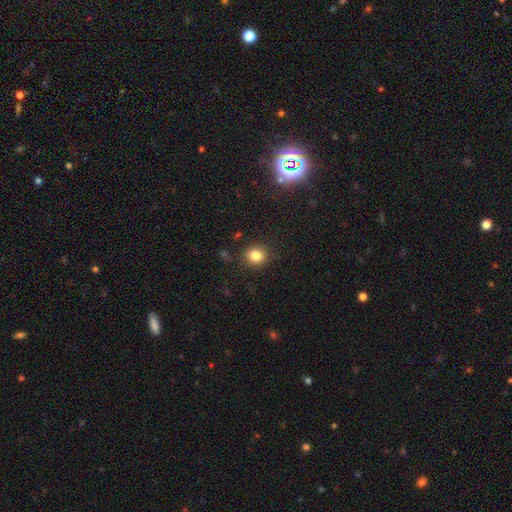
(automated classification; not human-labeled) A smooth galaxy with no disk features (83%) that is round (78%). Merging: none (88%).